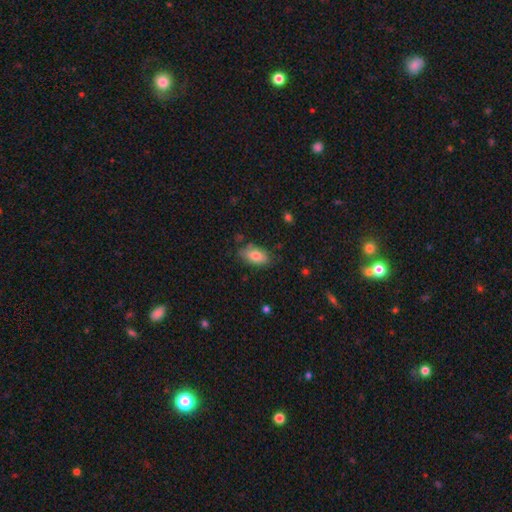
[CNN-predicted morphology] Q: Smooth or featured?
A: smooth (81%); runner-up: featured or disk (12%)
Q: How rounded?
A: in between (92%); runner-up: round (5%)
Q: Merging?
A: none (75%); runner-up: minor disturbance (19%)